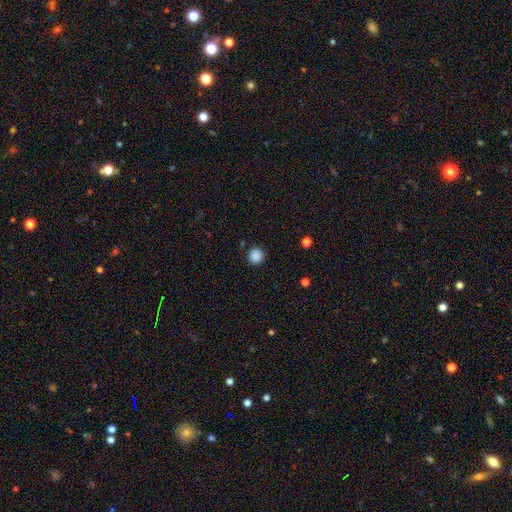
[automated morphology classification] Smooth or featured? Predicted: smooth (p=0.87). How rounded? Predicted: round (p=0.93). Merging? Predicted: none (p=0.90).